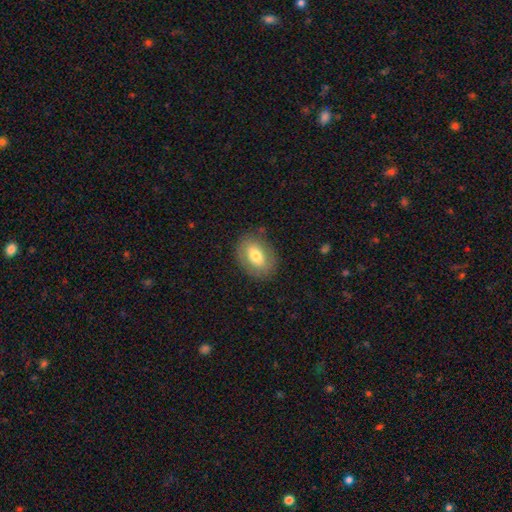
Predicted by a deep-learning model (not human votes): Smooth or featured? smooth (63%)
How rounded? in between (71%)
Merging? none (81%)